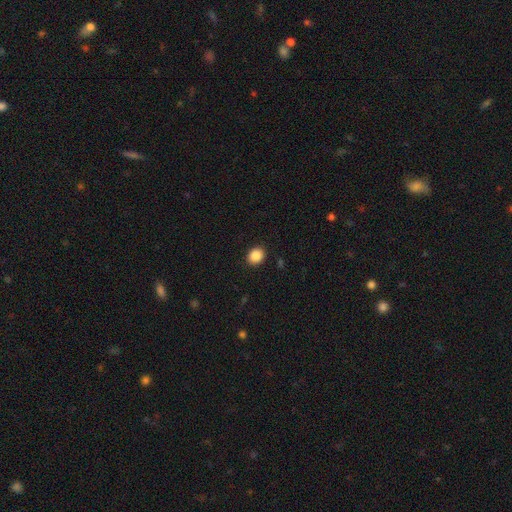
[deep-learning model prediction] Smooth or featured: smooth — 88% (star or artifact — 9%)
How rounded: round — 61% (in between — 39%)
Merging: none — 91% (minor disturbance — 6%)